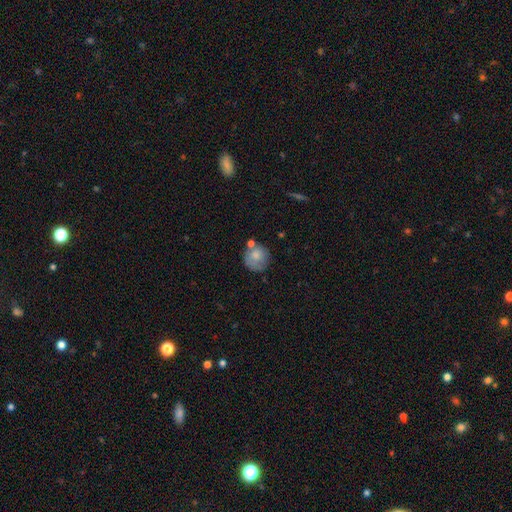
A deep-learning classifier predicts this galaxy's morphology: smooth-or-featured: smooth: 76% | featured or disk: 16% | star or artifact: 8%
  how-rounded: round: 88% | in between: 11% | cigar-shaped: 1%
  merging: none: 60% | minor disturbance: 20% | merger: 14% | major disturbance: 6%